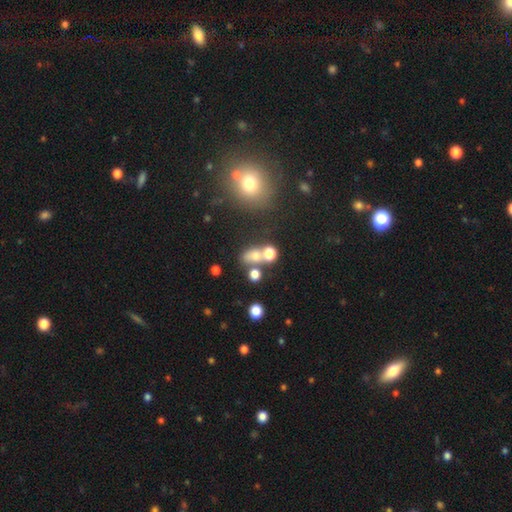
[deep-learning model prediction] Morphology: type=smooth (64%); roundness=round (50%); merging=merger (42%).